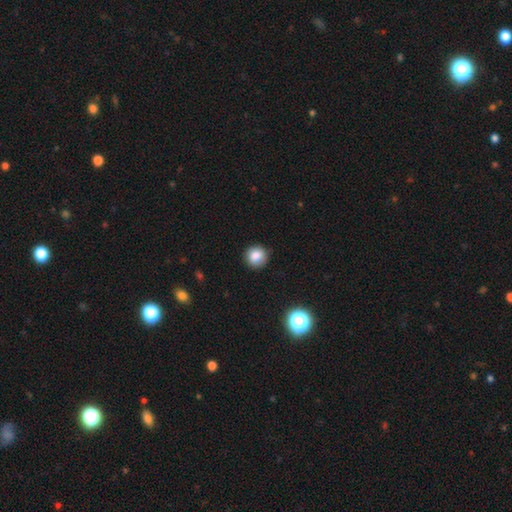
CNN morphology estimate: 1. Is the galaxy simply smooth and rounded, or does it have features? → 84% smooth, 11% star or artifact, 5% featured or disk.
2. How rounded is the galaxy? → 90% round, 9% in between, 1% cigar-shaped.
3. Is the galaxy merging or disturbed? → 87% none, 10% minor disturbance, 2% major disturbance, 1% merger.